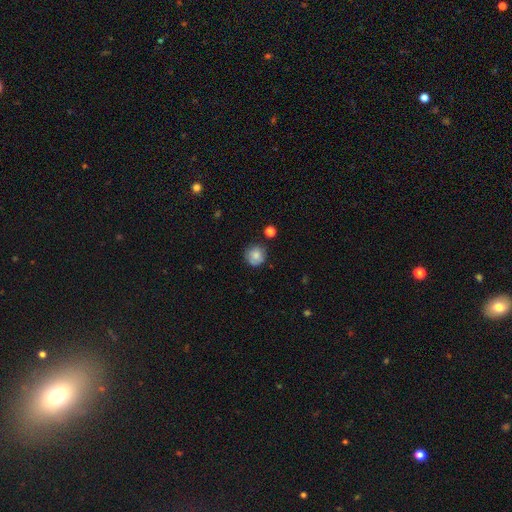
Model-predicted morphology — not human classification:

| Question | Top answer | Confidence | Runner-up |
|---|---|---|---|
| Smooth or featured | smooth | 80% | featured or disk (12%) |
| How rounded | round | 92% | in between (7%) |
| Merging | none | 78% | minor disturbance (15%) |